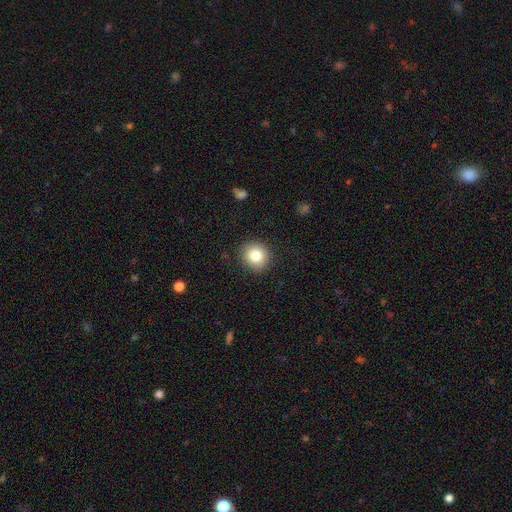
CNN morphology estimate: Smooth or featured? smooth (82%)
How rounded? round (88%)
Merging? none (89%)